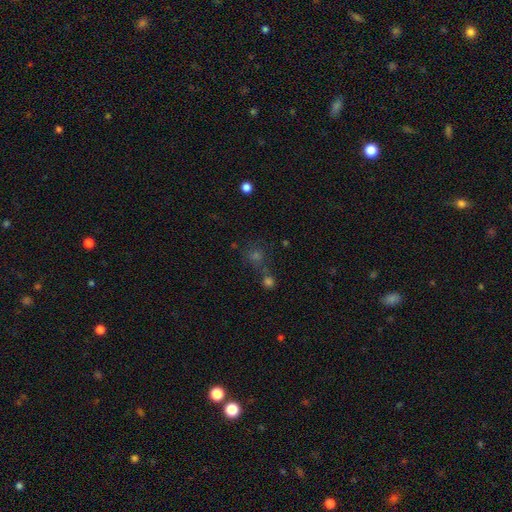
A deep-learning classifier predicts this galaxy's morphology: smooth_or_featured: smooth (p=0.47) [alt: star or artifact p=0.39]
merging: none (p=0.60) [alt: merger p=0.23]